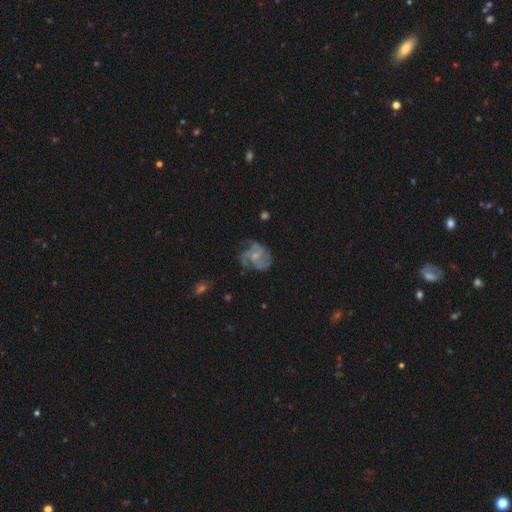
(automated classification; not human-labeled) This is likely a featured or disk galaxy (70%). It is clearly not viewed edge-on (98%). Bar: likely no (64%). Spiral arm pattern: clearly yes (82%). Spiral arm count: marginally 3 (34%). Spiral winding: possibly medium (47%). Central bulge: likely small (63%). Merging: possibly none (50%).